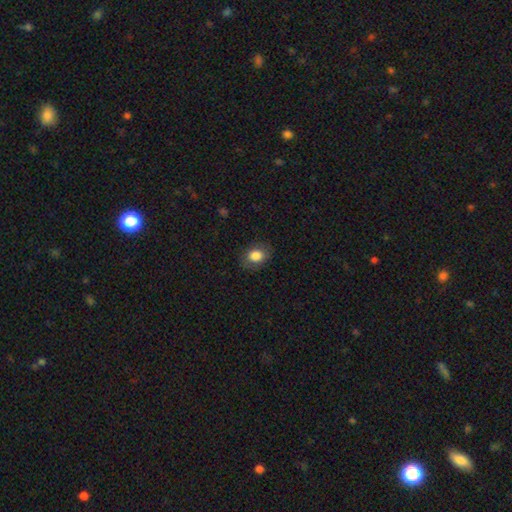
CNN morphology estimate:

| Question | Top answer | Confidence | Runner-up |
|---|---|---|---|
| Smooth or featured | smooth | 82% | featured or disk (9%) |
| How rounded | in between | 62% | round (37%) |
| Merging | none | 80% | minor disturbance (15%) |